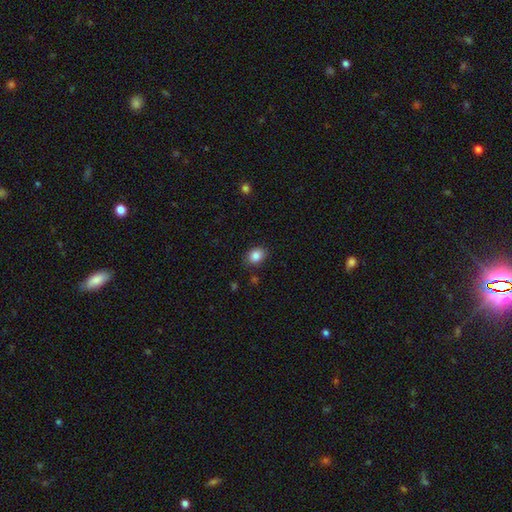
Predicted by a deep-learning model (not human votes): Smooth or featured? Predicted: smooth (p=0.86). How rounded? Predicted: in between (p=0.57). Merging? Predicted: none (p=0.85).